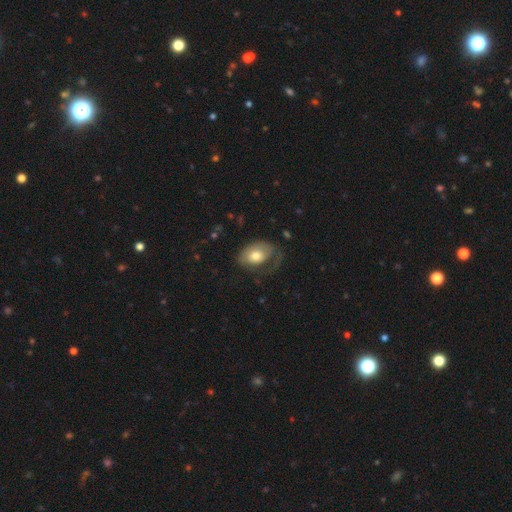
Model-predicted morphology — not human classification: The model was most divided on "merging": none: 39%, major disturbance: 35%, minor disturbance: 24%, merger: 2%. More confident: how rounded — in between (81%); smooth or featured — smooth (59%).